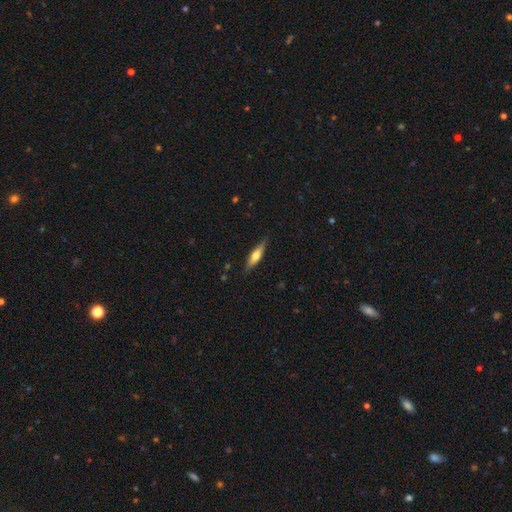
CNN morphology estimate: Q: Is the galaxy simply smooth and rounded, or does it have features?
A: smooth — 56%.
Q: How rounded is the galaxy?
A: cigar-shaped — 71%.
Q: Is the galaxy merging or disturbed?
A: none — 84%.